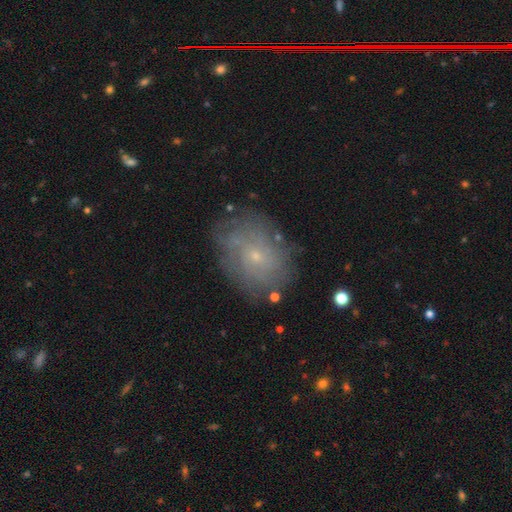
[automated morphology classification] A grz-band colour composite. It shows a featured or disk galaxy (53%) with no bar (82%), spiral arms (66%) and a small central bulge (83%). Merging: none (75%).